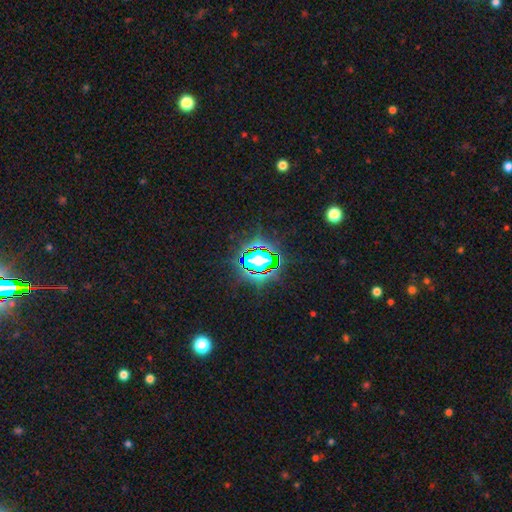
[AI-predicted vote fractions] This appears to be a star or artifact, not a galaxy (85%).